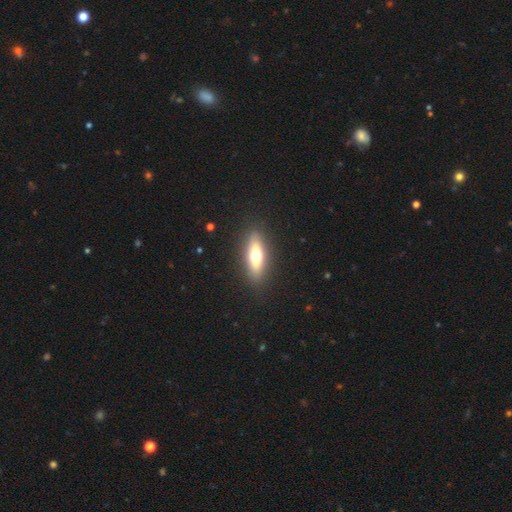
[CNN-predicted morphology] A smooth galaxy with no disk features (58%) that is cigar-shaped (49%).

Vote fractions:
- Smooth or featured? smooth: 58% / featured or disk: 35% / star or artifact: 7%
- How rounded? cigar-shaped: 49% / in between: 48% / round: 3%
- Merging? none: 89% / minor disturbance: 8% / major disturbance: 3% / merger: 1%